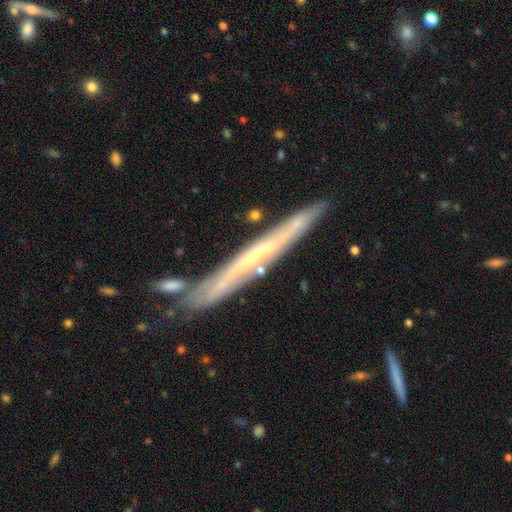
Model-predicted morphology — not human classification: Smooth or featured? featured or disk (67%)
Edge-on disk? yes (89%)
Edge-on bulge? none (81%)
Merging? none (75%)